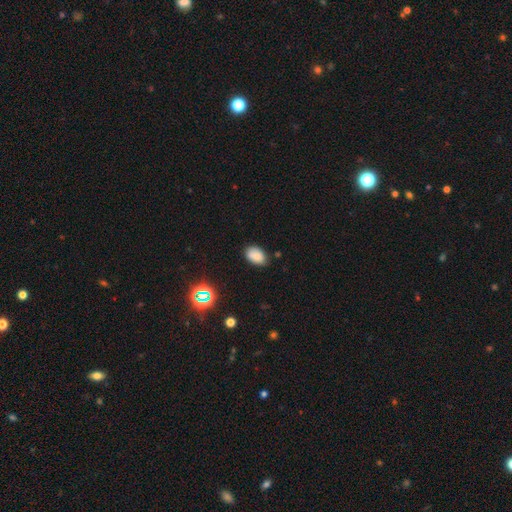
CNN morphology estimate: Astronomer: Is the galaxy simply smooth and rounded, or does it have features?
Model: smooth — 82%.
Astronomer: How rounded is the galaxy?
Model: in between — 89%.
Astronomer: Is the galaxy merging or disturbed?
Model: none — 79%.